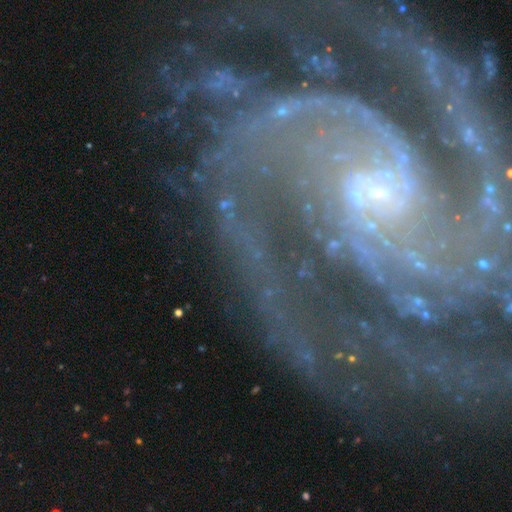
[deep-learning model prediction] A featured or disk galaxy (78%) with no bar (44%), 2 (37%) tight (50%) spiral arms (92%) and a small central bulge (67%). Merging: none (59%).